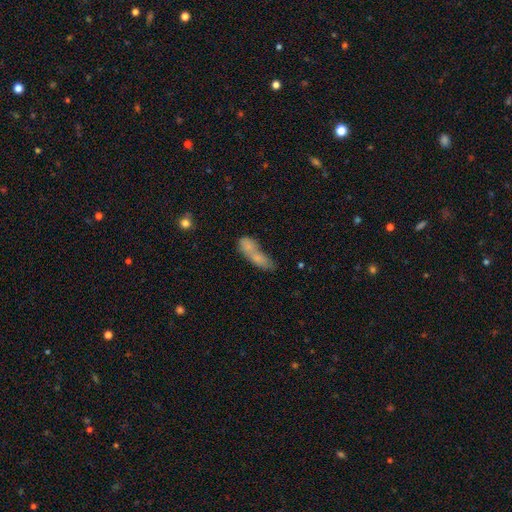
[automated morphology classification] Smooth or featured? Predicted: smooth (p=0.63). How rounded? Predicted: in between (p=0.51). Merging? Predicted: merger (p=0.57).